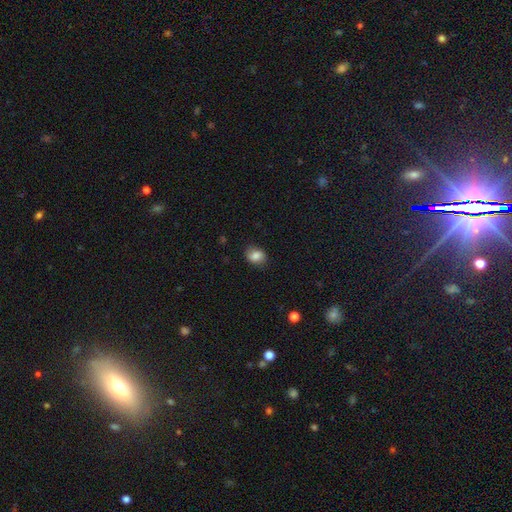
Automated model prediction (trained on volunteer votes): Overall: smooth (82%). How rounded: in between (55%; round 44%). Merging: none (82%).